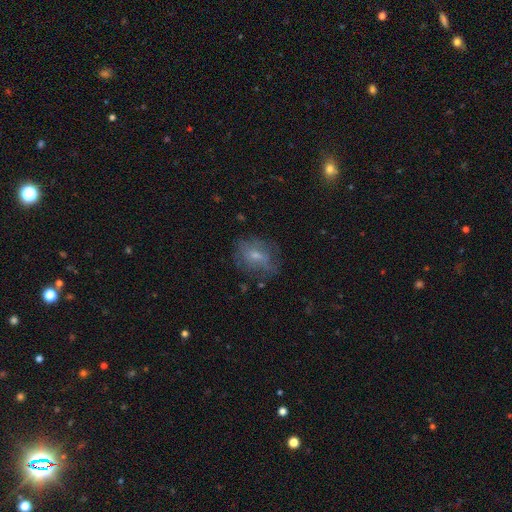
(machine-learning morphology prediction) A smooth galaxy with no disk features (51%) that is in between round and cigar-shaped (58%). Merging: none (59%).